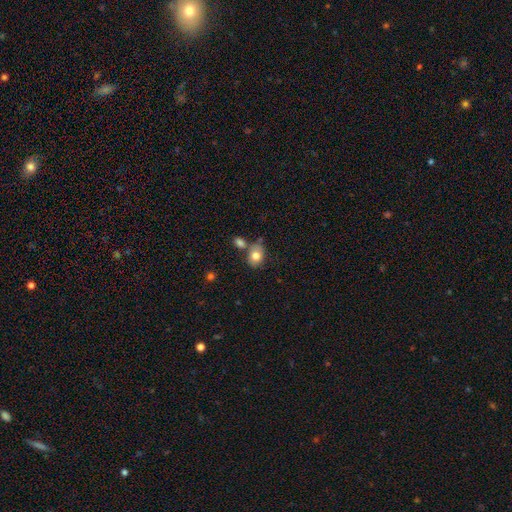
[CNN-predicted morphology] Smooth or featured? smooth (79%)
How rounded? in between (55%)
Merging? none (54%)